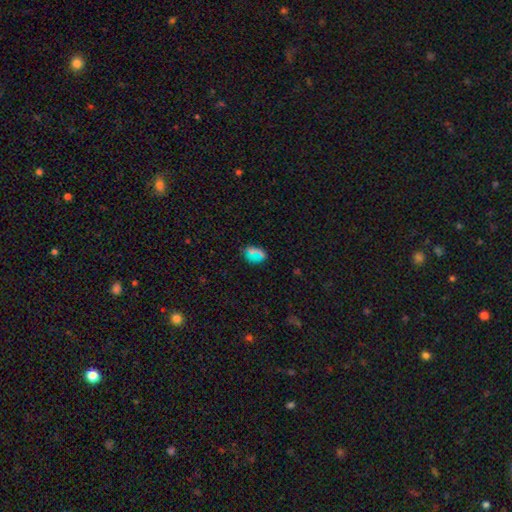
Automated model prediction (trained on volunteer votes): smooth_or_featured: smooth (p=0.56) [alt: star or artifact p=0.32]
how_rounded: in between (p=0.55) [alt: round p=0.42]
merging: none (p=0.77) [alt: minor disturbance p=0.14]